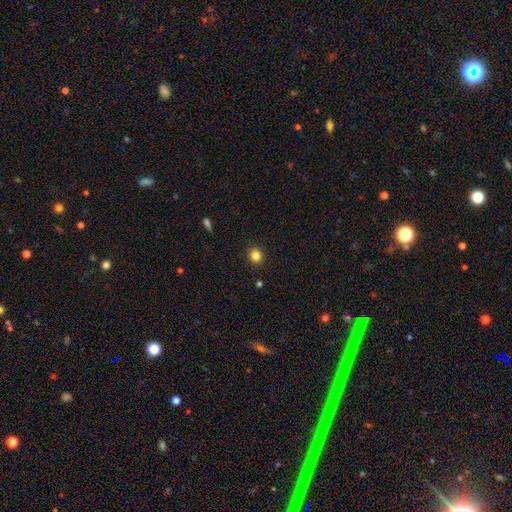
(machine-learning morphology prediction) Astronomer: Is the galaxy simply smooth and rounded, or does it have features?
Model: smooth — 84%.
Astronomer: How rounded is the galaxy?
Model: round — 84%.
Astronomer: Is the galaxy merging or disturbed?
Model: none — 91%.